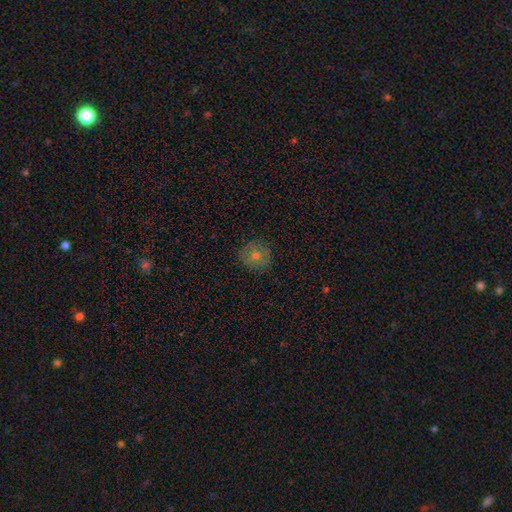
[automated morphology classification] smooth-or-featured: smooth: 61% | featured or disk: 24% | star or artifact: 14%
  how-rounded: round: 93% | in between: 6% | cigar-shaped: 1%
  merging: none: 87% | minor disturbance: 9% | major disturbance: 2% | merger: 1%